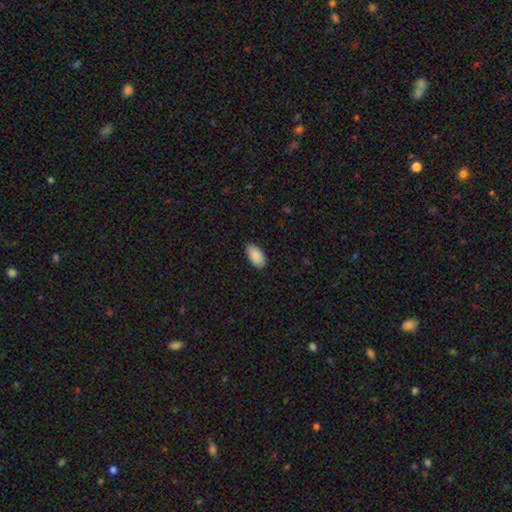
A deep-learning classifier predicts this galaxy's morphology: Overall: smooth (90%). How rounded: in between (95%). Merging: none (85%).